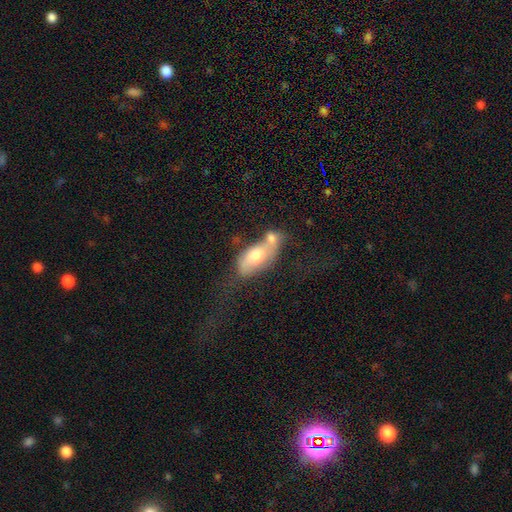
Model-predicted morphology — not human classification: Smooth or featured?
  - smooth: 56% *
  - featured or disk: 37%
  - star or artifact: 7%
How rounded?
  - in between: 83% *
  - cigar-shaped: 12%
  - round: 6%
Merging?
  - merger: 47% *
  - none: 23%
  - minor disturbance: 15%
  - major disturbance: 15%